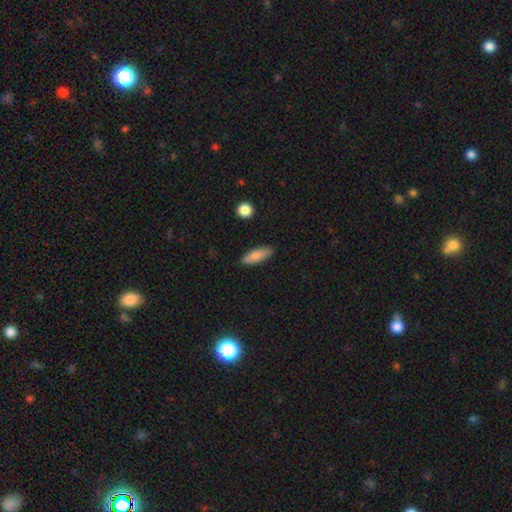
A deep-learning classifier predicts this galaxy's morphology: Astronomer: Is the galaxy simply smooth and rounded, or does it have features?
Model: smooth — 82%.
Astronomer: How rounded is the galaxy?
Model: in between — 60% (runner-up: cigar-shaped, 38%).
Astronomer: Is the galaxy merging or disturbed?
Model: none — 85%.